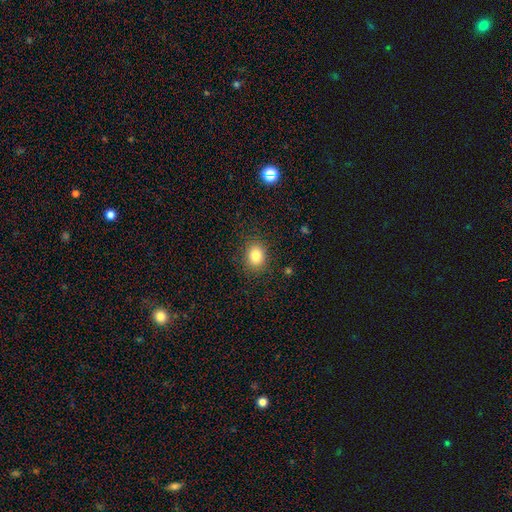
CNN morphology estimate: Smooth or featured? Predicted: smooth (p=0.83). How rounded? Predicted: round (p=0.54). Merging? Predicted: none (p=0.85).